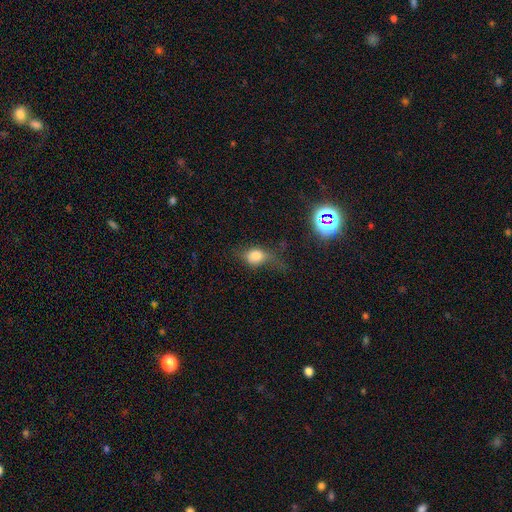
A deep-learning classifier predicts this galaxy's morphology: type=smooth (66%); roundness=in between (53%); merging=none (36%).